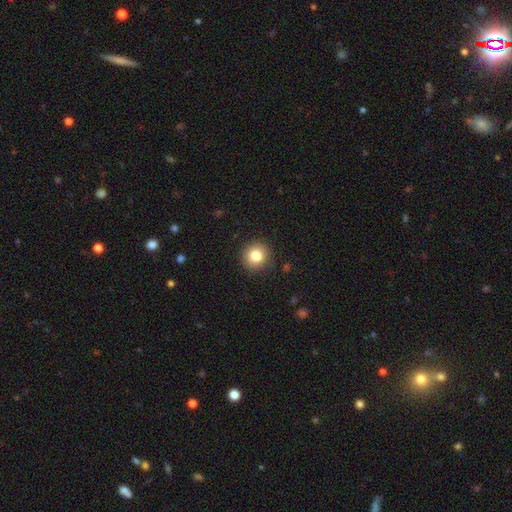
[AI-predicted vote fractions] Smooth or featured? Predicted: smooth (p=0.82). How rounded? Predicted: round (p=0.92). Merging? Predicted: none (p=0.91).